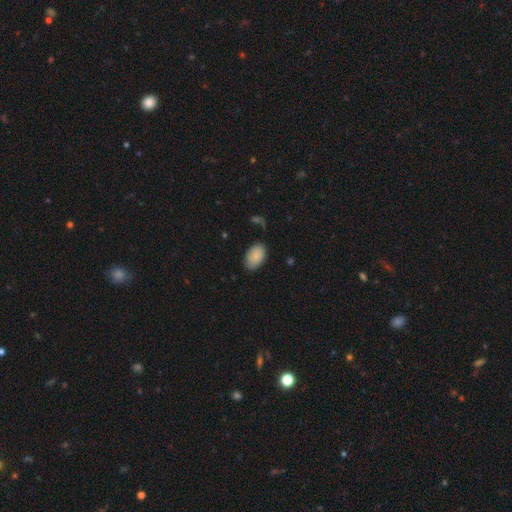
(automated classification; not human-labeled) This appears to be a smooth galaxy with no disk features (88%) that is in between round and cigar-shaped (92%). Merging: none (77%).